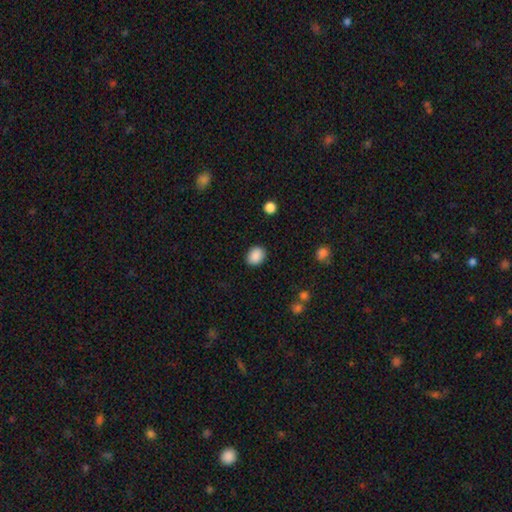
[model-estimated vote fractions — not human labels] smooth 89%, star or artifact 9%, featured or disk 3%. Down the decision tree: how rounded — round (53%); merging — none (88%).